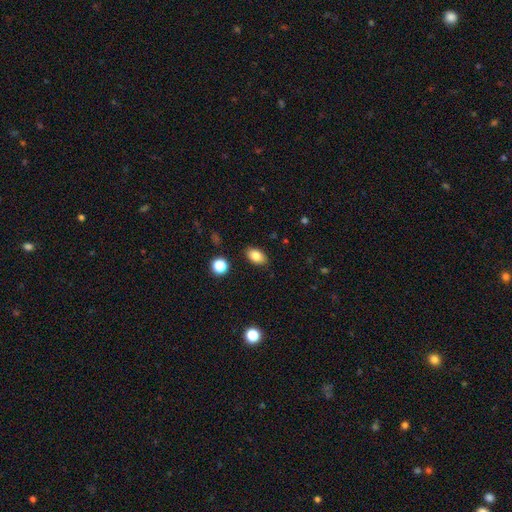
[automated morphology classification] The model was most divided on "smooth or featured": smooth: 82%, star or artifact: 9%, featured or disk: 8%. More confident: how rounded — in between (89%); merging — none (87%).